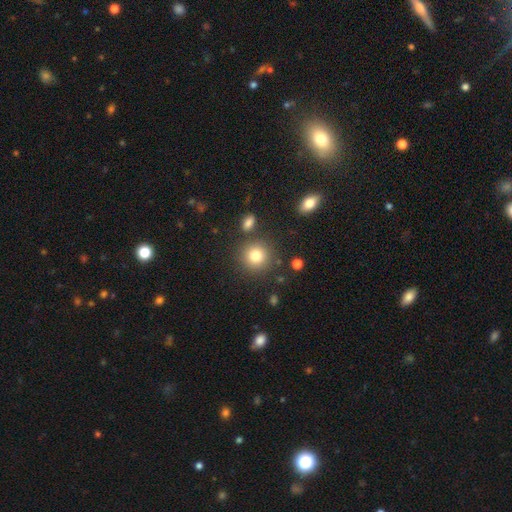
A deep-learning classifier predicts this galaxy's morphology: This is clearly a smooth galaxy (81%). How rounded: clearly round (91%). Merging: clearly none (83%).